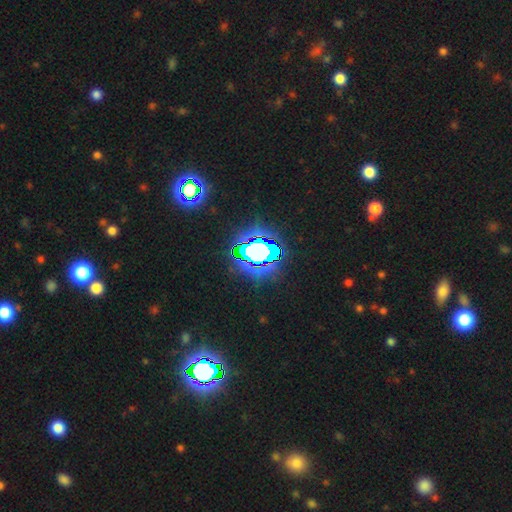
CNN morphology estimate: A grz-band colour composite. It shows a star or artifact, not a galaxy (81%).